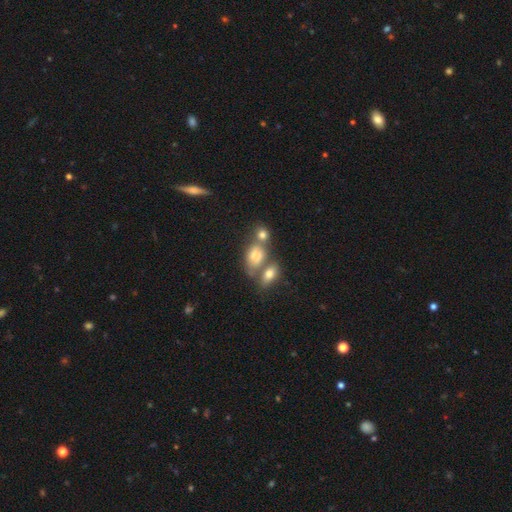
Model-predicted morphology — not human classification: A smooth galaxy with no disk features (68%) that is in between round and cigar-shaped (67%). Merging: merger (49%).